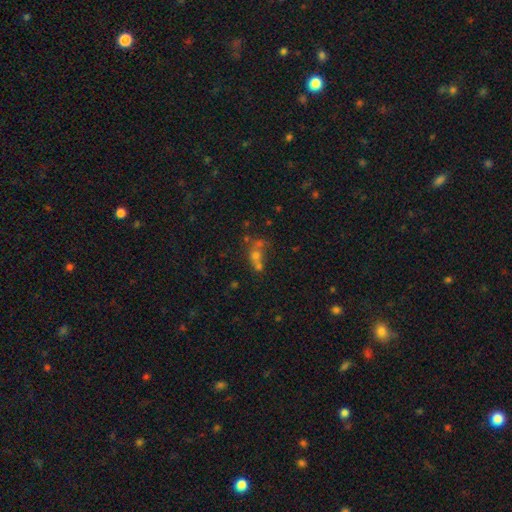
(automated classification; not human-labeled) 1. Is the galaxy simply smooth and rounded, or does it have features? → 53% smooth, 25% star or artifact, 22% featured or disk.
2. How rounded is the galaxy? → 60% round, 37% in between, 3% cigar-shaped.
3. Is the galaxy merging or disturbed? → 52% merger, 30% none, 9% minor disturbance, 9% major disturbance.